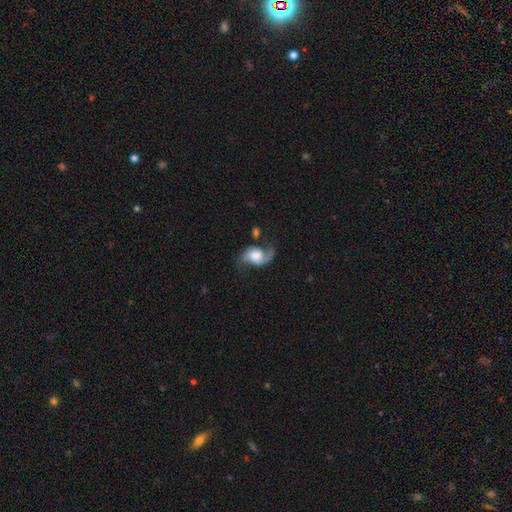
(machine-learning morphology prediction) A featured or disk galaxy (74%) with no bar (61%), 2 (81%) loose (67%) spiral arms (94%) and a large central bulge (40%). Merging: none (52%).